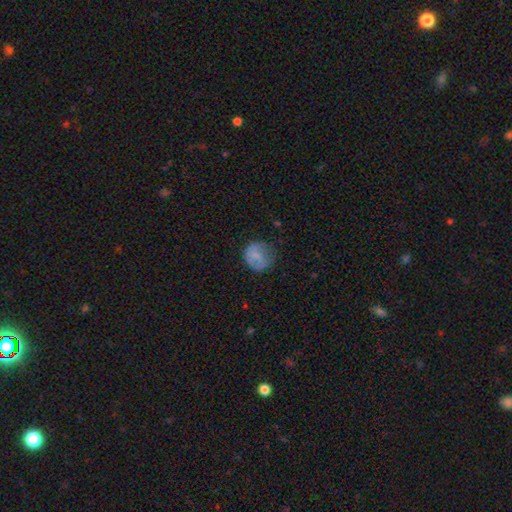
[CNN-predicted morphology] smooth 73%, featured or disk 19%, star or artifact 9%. Down the decision tree: how rounded — round (79%); merging — none (55%).